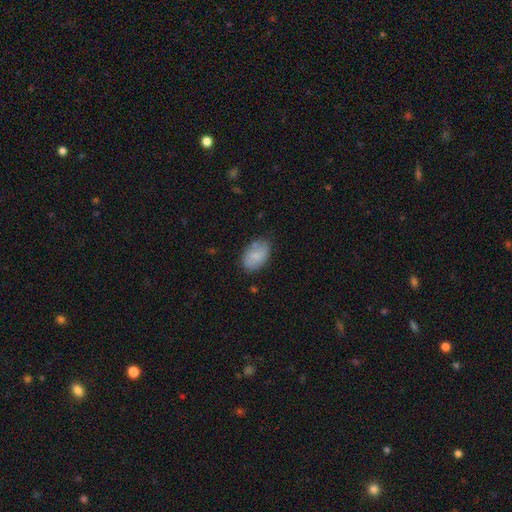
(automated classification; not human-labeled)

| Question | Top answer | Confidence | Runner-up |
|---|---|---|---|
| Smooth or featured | smooth | 75% | featured or disk (18%) |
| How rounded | in between | 90% | round (9%) |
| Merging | none | 72% | minor disturbance (20%) |